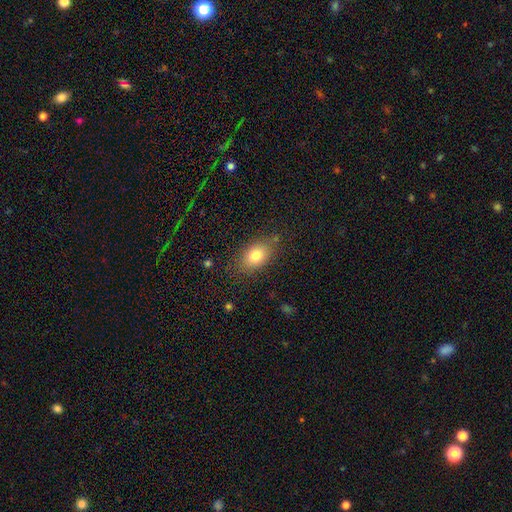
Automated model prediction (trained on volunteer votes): A smooth galaxy with no disk features (80%) that is in between round and cigar-shaped (84%). Merging: none (79%).